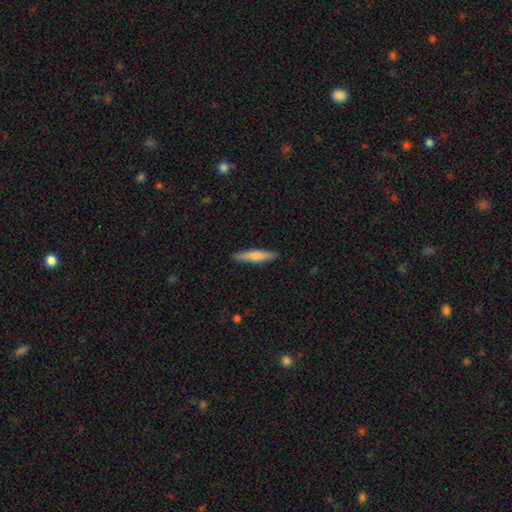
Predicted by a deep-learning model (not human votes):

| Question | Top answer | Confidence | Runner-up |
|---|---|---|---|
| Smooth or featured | smooth | 68% | featured or disk (27%) |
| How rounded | cigar-shaped | 87% | in between (12%) |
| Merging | none | 90% | minor disturbance (7%) |